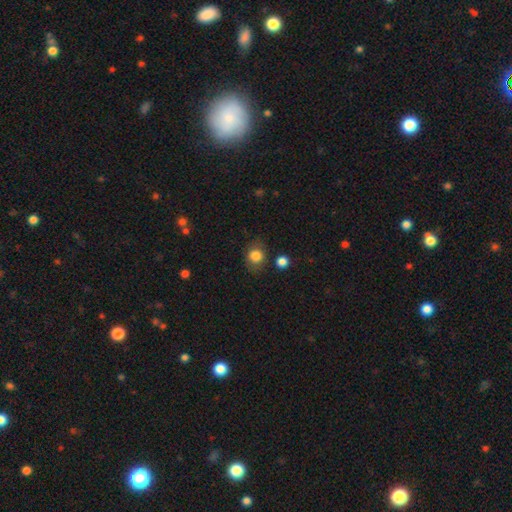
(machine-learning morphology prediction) Smooth or featured?
  - smooth: 82% *
  - star or artifact: 10%
  - featured or disk: 8%
How rounded?
  - round: 68% *
  - in between: 31%
  - cigar-shaped: 1%
Merging?
  - none: 74% *
  - minor disturbance: 16%
  - major disturbance: 6%
  - merger: 4%